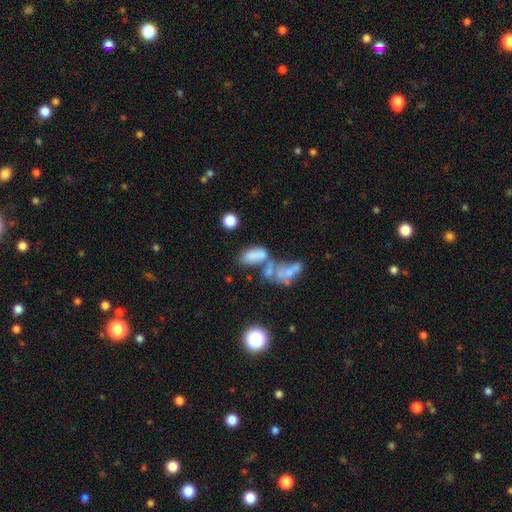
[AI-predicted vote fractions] The model was most divided on "merging": merger: 55%, none: 22%, major disturbance: 12%, minor disturbance: 11%. More confident: how rounded — in between (87%); smooth or featured — smooth (68%).